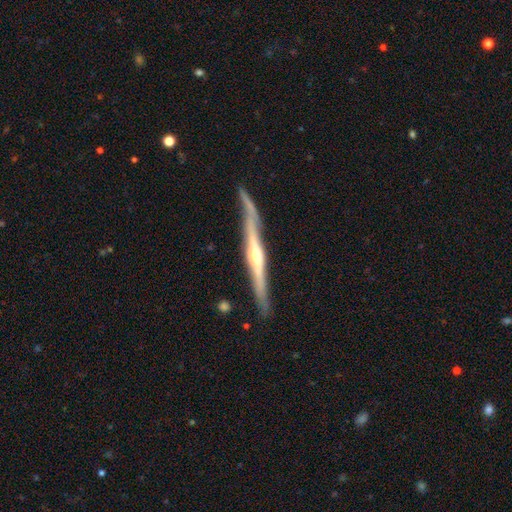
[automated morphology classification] type=featured or disk (82%); edge-on=yes (97%); edge-on bulge=rounded (82%); merging=none (81%).